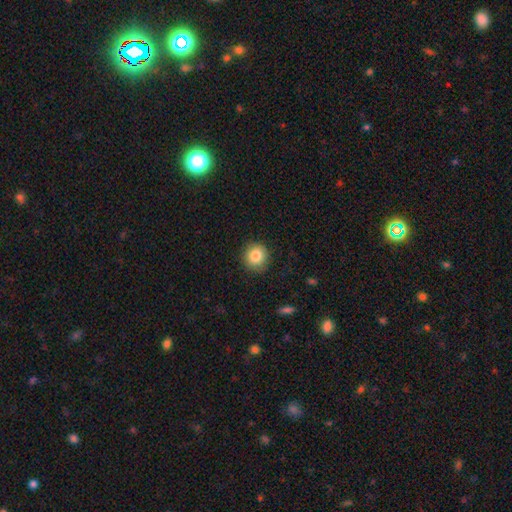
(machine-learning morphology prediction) A smooth galaxy with no disk features (85%) that is round (92%).

Vote fractions:
- Smooth or featured? smooth: 85% / star or artifact: 9% / featured or disk: 6%
- How rounded? round: 92% / in between: 7% / cigar-shaped: 1%
- Merging? none: 90% / minor disturbance: 7% / major disturbance: 2% / merger: 1%